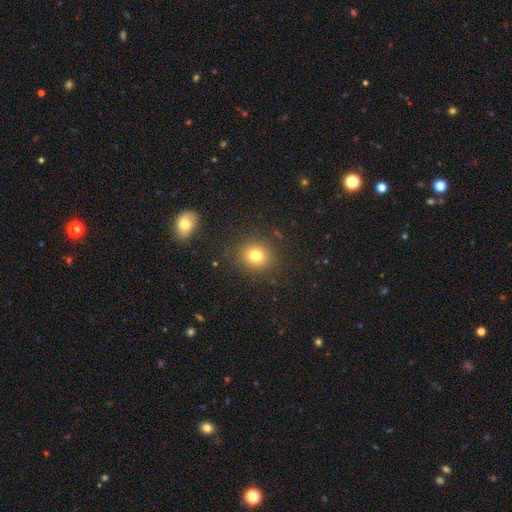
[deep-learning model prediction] Q: Smooth or featured?
A: smooth (77%); runner-up: star or artifact (14%)
Q: How rounded?
A: round (80%); runner-up: in between (19%)
Q: Merging?
A: none (87%); runner-up: minor disturbance (8%)